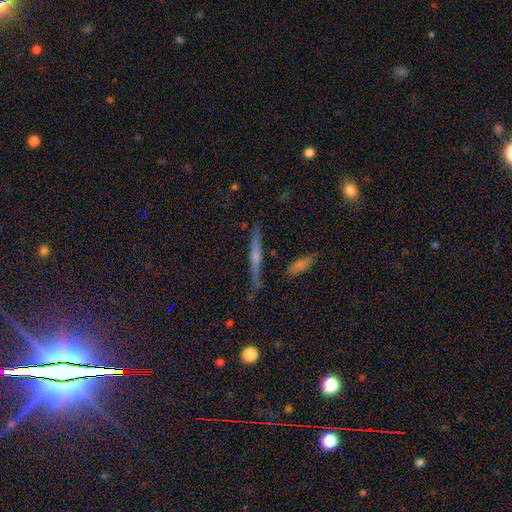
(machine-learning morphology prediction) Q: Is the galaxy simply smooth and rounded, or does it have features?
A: featured or disk — 63%.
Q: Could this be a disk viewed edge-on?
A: yes — 96%.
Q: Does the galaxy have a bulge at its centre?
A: rounded — 62%.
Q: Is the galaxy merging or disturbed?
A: none — 85%.